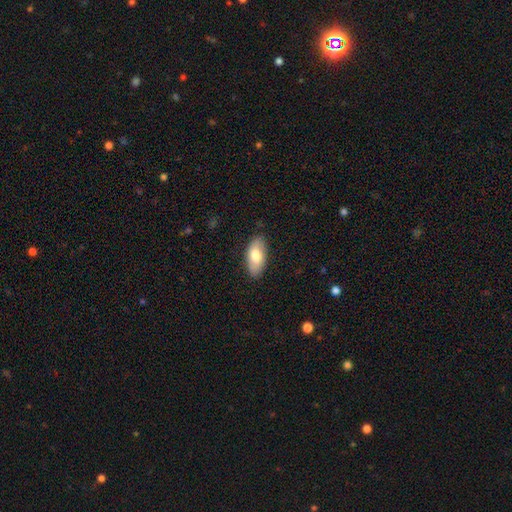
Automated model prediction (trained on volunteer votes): smooth-or-featured: smooth: 72% | featured or disk: 23% | star or artifact: 6%
  how-rounded: in between: 92% | cigar-shaped: 6% | round: 2%
  merging: none: 84% | minor disturbance: 12% | major disturbance: 3% | merger: 1%